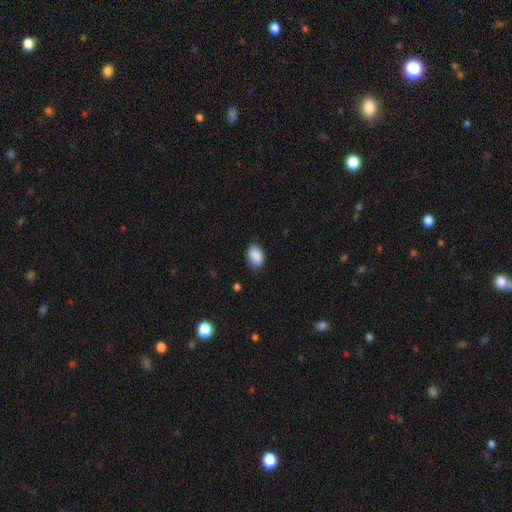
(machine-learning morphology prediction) Smooth or featured? Predicted: smooth (p=0.89). How rounded? Predicted: in between (p=0.89). Merging? Predicted: none (p=0.84).